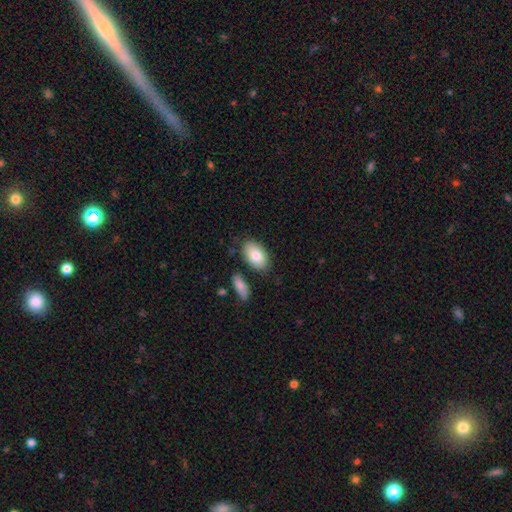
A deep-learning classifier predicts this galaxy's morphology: This appears to be a smooth galaxy with no disk features (82%) that is in between round and cigar-shaped (93%). Merging: none (80%).